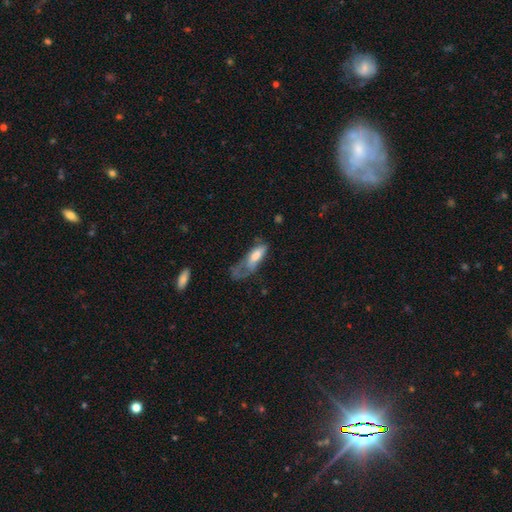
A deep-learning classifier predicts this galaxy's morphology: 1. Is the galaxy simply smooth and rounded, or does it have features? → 61% smooth, 32% featured or disk, 8% star or artifact.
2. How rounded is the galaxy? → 67% in between, 30% cigar-shaped, 2% round.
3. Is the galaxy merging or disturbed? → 58% major disturbance, 20% minor disturbance, 17% none, 5% merger.